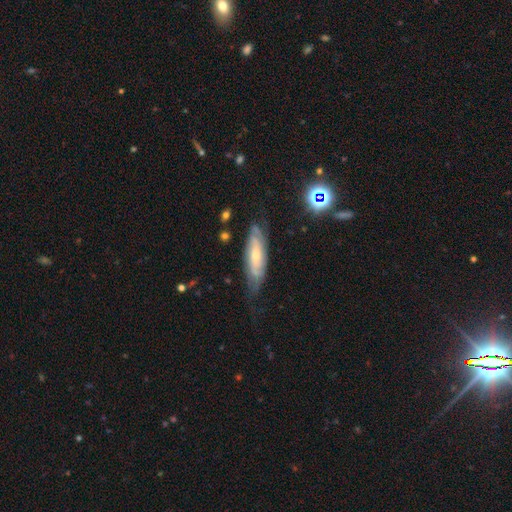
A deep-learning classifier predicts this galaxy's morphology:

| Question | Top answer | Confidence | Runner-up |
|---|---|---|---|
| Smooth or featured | featured or disk | 69% | smooth (24%) |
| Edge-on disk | no | 76% | yes (24%) |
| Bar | no | 57% | weak (33%) |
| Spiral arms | yes | 89% | no (11%) |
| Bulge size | moderate | 47% | small (46%) |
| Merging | none | 67% | minor disturbance (24%) |